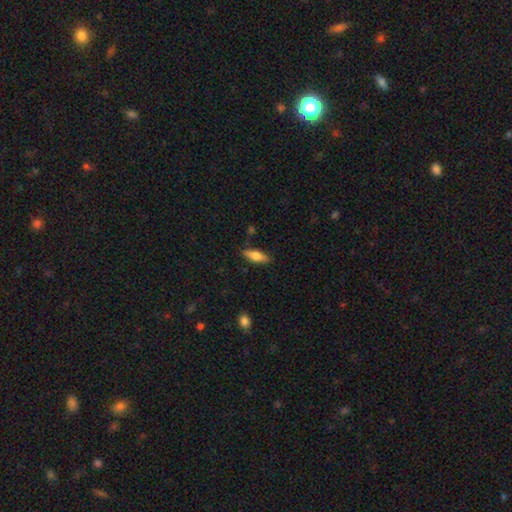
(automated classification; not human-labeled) This appears to be a smooth galaxy with no disk features (70%) that is in between round and cigar-shaped (56%). Merging: none (82%).